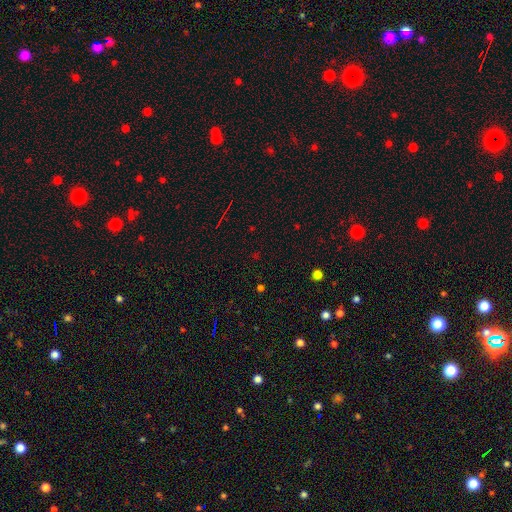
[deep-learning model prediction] smooth-or-featured: star or artifact: 66% | smooth: 25% | featured or disk: 8%